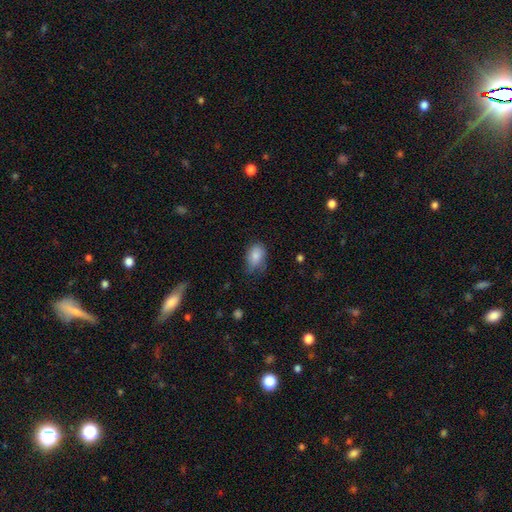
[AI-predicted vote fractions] A smooth galaxy with no disk features (83%) that is in between round and cigar-shaped (81%). Merging: none (55%).